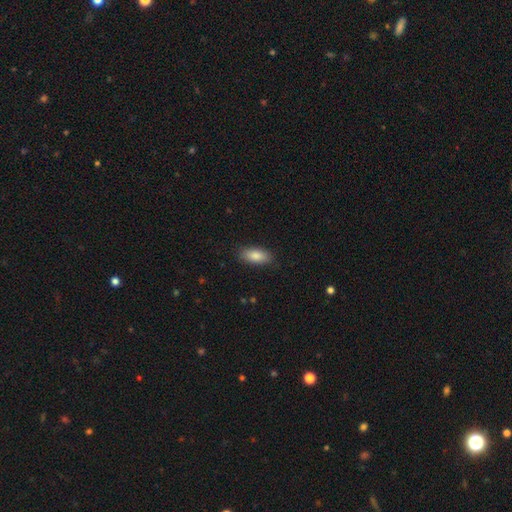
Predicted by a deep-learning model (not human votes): A smooth galaxy with no disk features (85%) that is in between round and cigar-shaped (86%).

Vote fractions:
- Smooth or featured? smooth: 85% / featured or disk: 8% / star or artifact: 7%
- How rounded? in between: 86% / cigar-shaped: 11% / round: 3%
- Merging? none: 86% / minor disturbance: 11% / major disturbance: 2% / merger: 1%